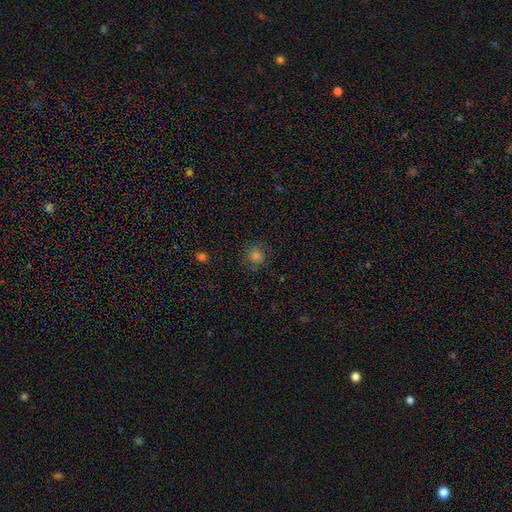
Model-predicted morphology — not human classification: smooth 73%, star or artifact 20%, featured or disk 7%. Down the decision tree: how rounded — round (91%); merging — none (84%).